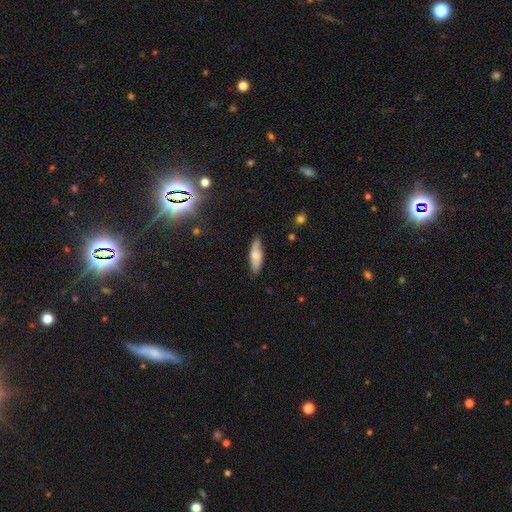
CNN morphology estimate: Smooth or featured?
  - smooth: 71% *
  - featured or disk: 22%
  - star or artifact: 7%
How rounded?
  - in between: 50% *
  - cigar-shaped: 48%
  - round: 2%
Merging?
  - none: 80% *
  - minor disturbance: 16%
  - major disturbance: 3%
  - merger: 1%